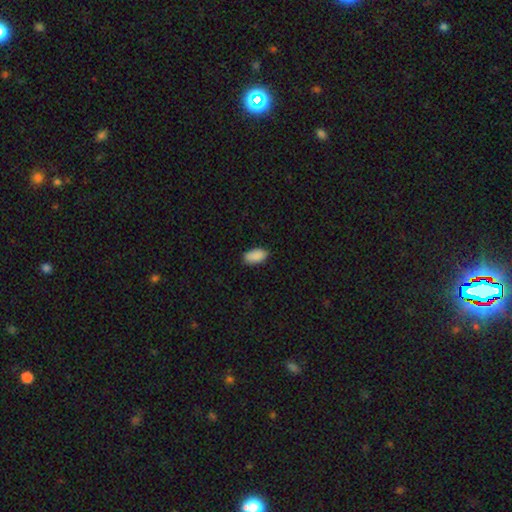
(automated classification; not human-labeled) smooth 90%, star or artifact 7%, featured or disk 3%. Down the decision tree: how rounded — in between (94%); merging — none (85%).